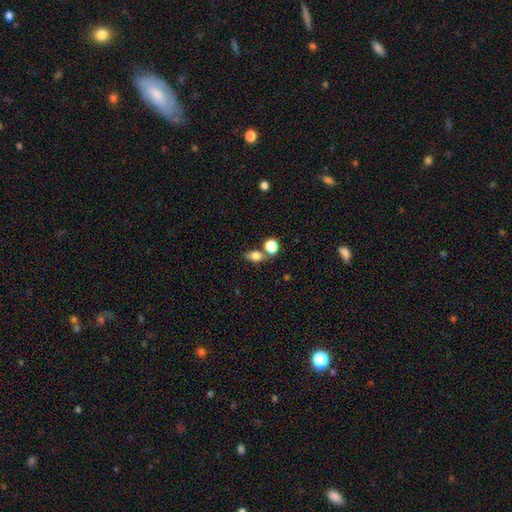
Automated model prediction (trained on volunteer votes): Q: Smooth or featured?
A: smooth (76%); runner-up: featured or disk (12%)
Q: How rounded?
A: in between (72%); runner-up: round (24%)
Q: Merging?
A: none (60%); runner-up: merger (22%)